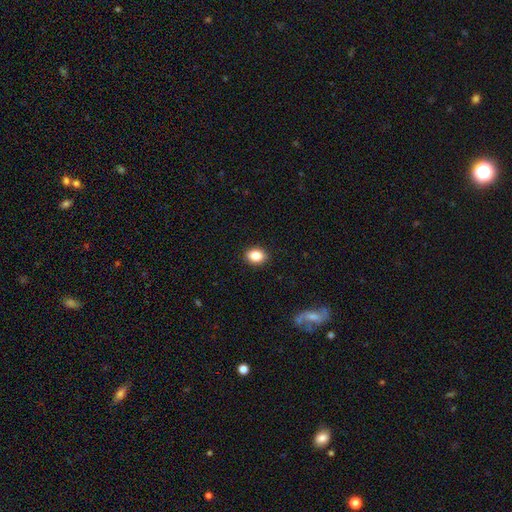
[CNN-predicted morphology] Smooth or featured?
  - smooth: 86% *
  - star or artifact: 9%
  - featured or disk: 5%
How rounded?
  - in between: 59% *
  - round: 40%
  - cigar-shaped: 1%
Merging?
  - none: 91% *
  - minor disturbance: 6%
  - major disturbance: 2%
  - merger: 1%